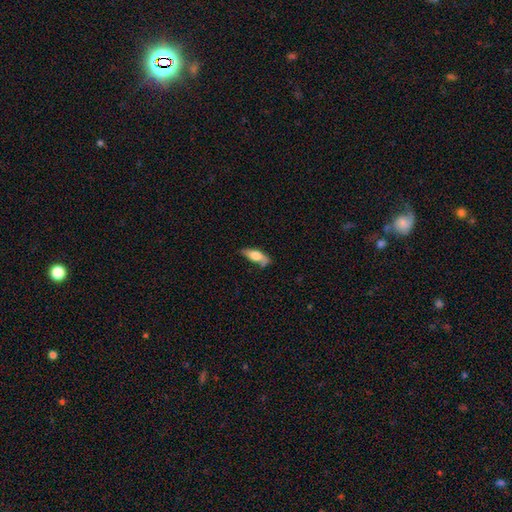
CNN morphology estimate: Smooth or featured?
  - smooth: 63% *
  - featured or disk: 30%
  - star or artifact: 7%
How rounded?
  - in between: 70% *
  - cigar-shaped: 27%
  - round: 3%
Merging?
  - none: 48% *
  - minor disturbance: 32%
  - major disturbance: 13%
  - merger: 7%